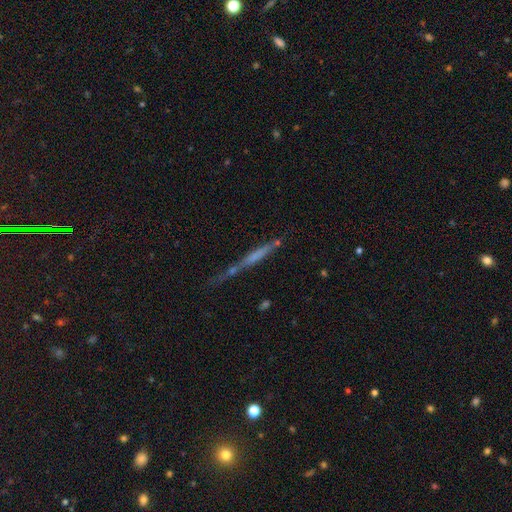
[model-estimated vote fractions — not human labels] The model was most divided on "smooth or featured": featured or disk: 51%, smooth: 38%, star or artifact: 11%. More confident: edge-on disk — yes (91%); merging — none (57%).